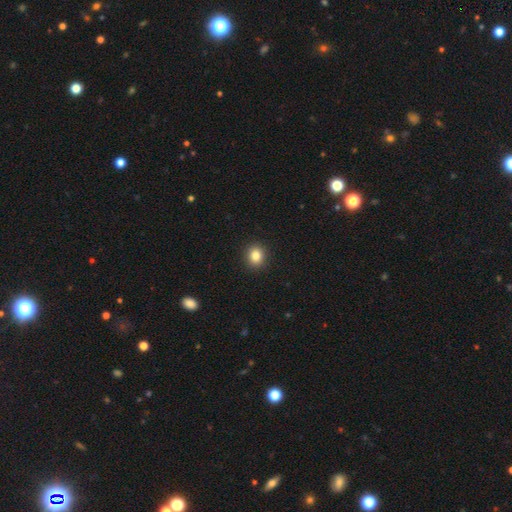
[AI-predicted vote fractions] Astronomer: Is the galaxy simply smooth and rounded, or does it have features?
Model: smooth — 84%.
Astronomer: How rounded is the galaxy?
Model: round — 77%.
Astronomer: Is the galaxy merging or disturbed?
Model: none — 92%.